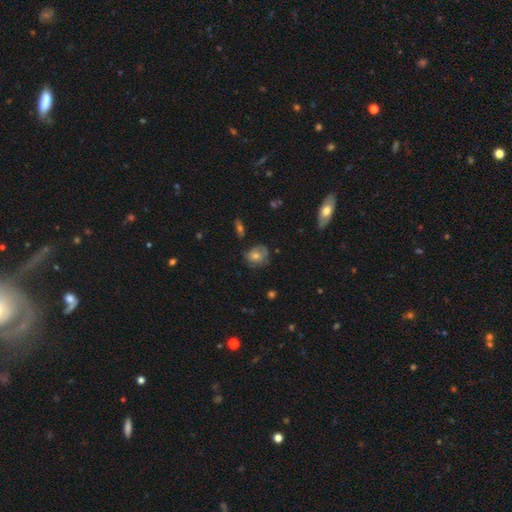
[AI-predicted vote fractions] Q: Smooth or featured?
A: smooth (45%); runner-up: featured or disk (42%)
Q: Merging?
A: none (63%); runner-up: minor disturbance (24%)